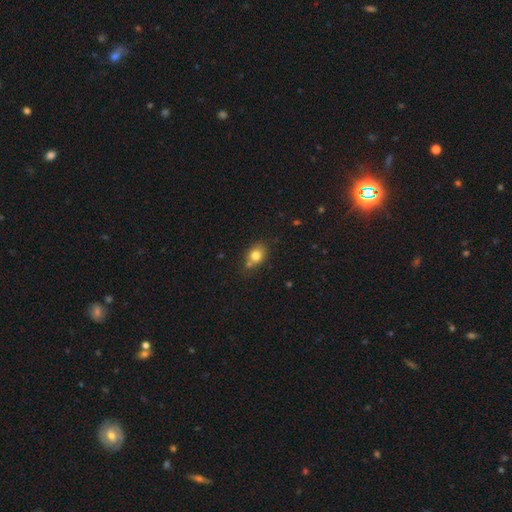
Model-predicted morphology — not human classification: This appears to be a smooth galaxy with no disk features (79%) that is in between round and cigar-shaped (52%). Merging: none (62%).